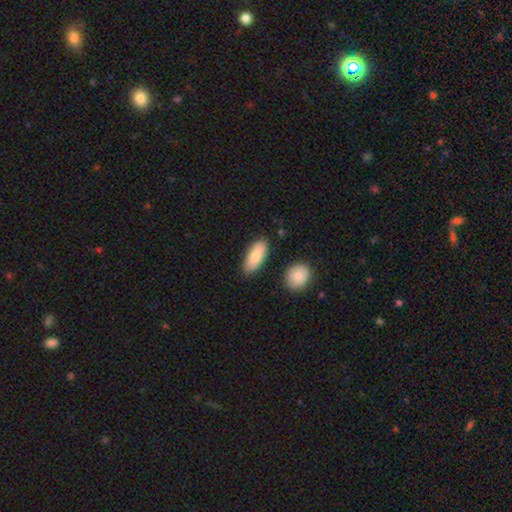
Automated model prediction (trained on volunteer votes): Smooth or featured? Predicted: smooth (p=0.83). How rounded? Predicted: in between (p=0.82). Merging? Predicted: none (p=0.82).